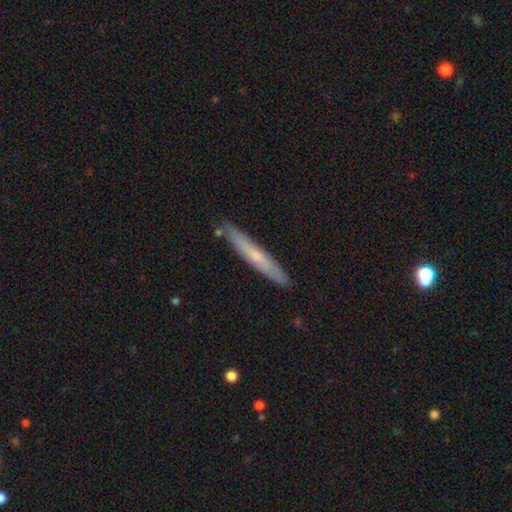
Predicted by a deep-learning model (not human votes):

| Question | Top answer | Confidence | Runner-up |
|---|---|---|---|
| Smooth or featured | smooth | 51% | featured or disk (43%) |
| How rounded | cigar-shaped | 95% | in between (4%) |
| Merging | none | 87% | minor disturbance (10%) |